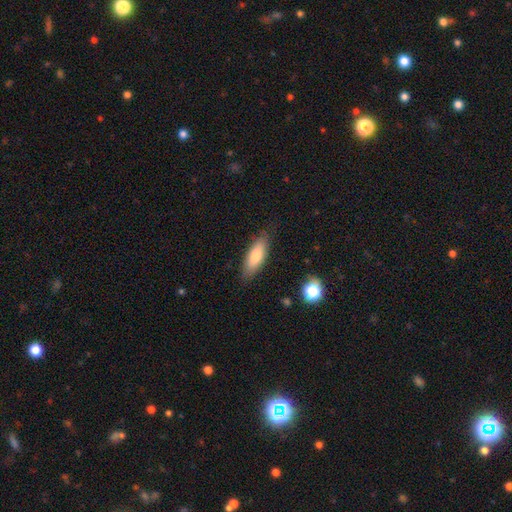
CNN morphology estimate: type=smooth (78%); roundness=in between (60%); merging=none (83%).